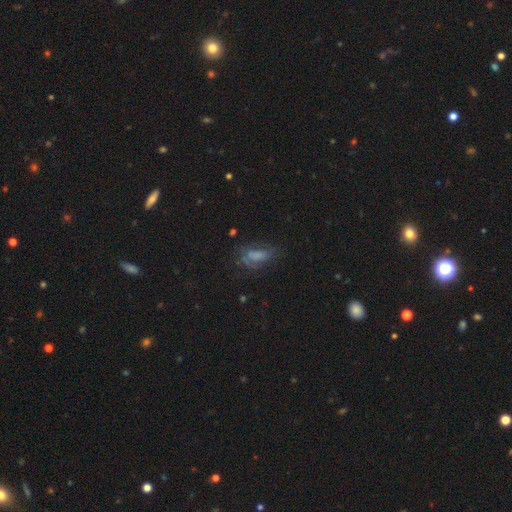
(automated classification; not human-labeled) smooth_or_featured: smooth (p=0.49) [alt: featured or disk p=0.35]
merging: none (p=0.46) [alt: minor disturbance p=0.25]